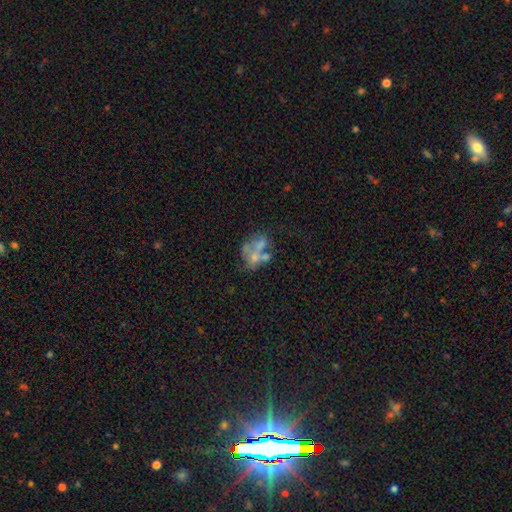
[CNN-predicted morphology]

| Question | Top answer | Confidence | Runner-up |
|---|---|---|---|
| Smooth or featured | featured or disk | 50% | smooth (35%) |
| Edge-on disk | no | 98% | yes (2%) |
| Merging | merger | 40% | none (25%) |